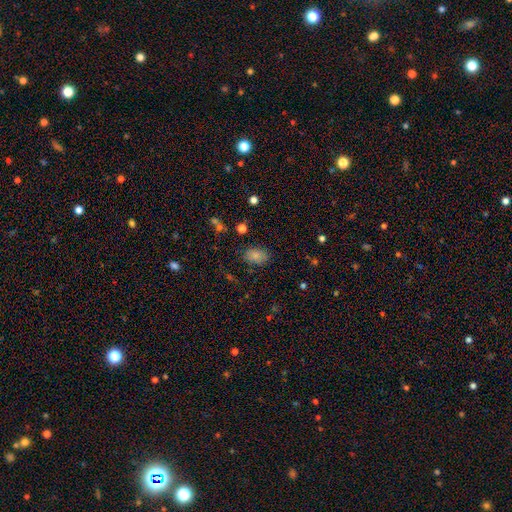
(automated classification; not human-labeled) This is clearly a smooth galaxy (81%). How rounded: clearly in between (83%). Merging: clearly none (80%).